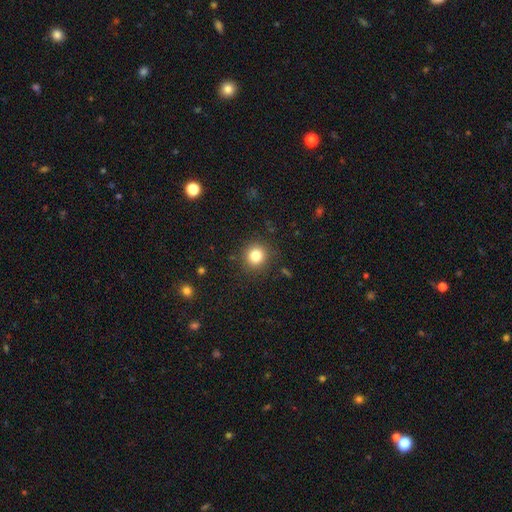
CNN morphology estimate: smooth_or_featured: smooth (p=0.82) [alt: star or artifact p=0.12]
how_rounded: round (p=0.91) [alt: in between p=0.08]
merging: none (p=0.88) [alt: minor disturbance p=0.08]